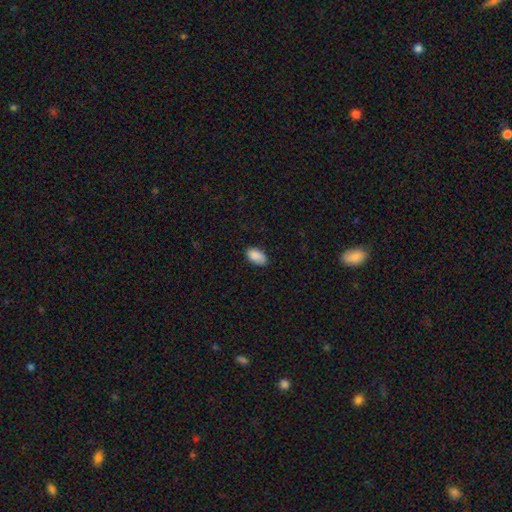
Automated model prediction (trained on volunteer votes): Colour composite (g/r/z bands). It shows a smooth galaxy with no disk features (88%) that is in between round and cigar-shaped (94%). Merging: none (80%).